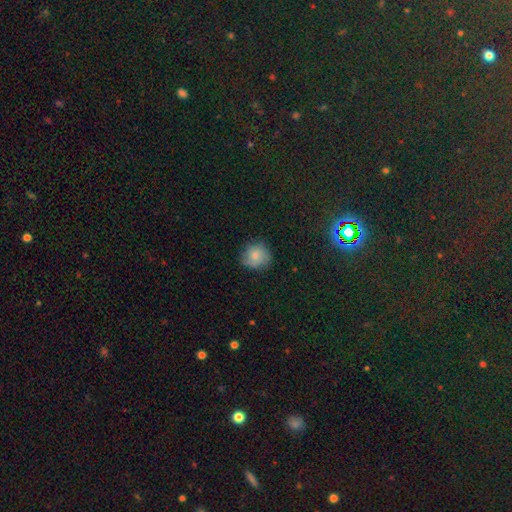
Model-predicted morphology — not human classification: Smooth or featured?
  - smooth: 76% *
  - featured or disk: 15%
  - star or artifact: 9%
How rounded?
  - round: 84% *
  - in between: 15%
  - cigar-shaped: 1%
Merging?
  - none: 74% *
  - minor disturbance: 20%
  - major disturbance: 5%
  - merger: 1%